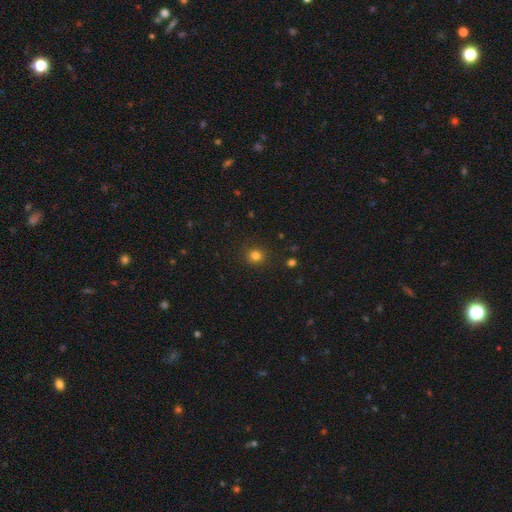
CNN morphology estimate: smooth 81%, star or artifact 14%, featured or disk 5%. Down the decision tree: how rounded — round (89%); merging — none (90%).